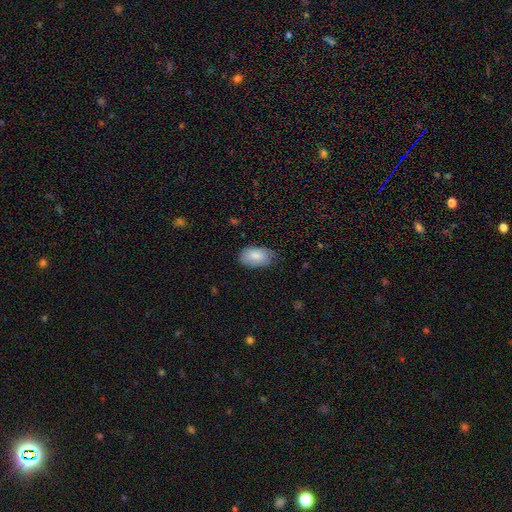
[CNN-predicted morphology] smooth_or_featured: smooth (p=0.85) [alt: featured or disk p=0.09]
how_rounded: in between (p=0.94) [alt: round p=0.04]
merging: none (p=0.66) [alt: minor disturbance p=0.28]